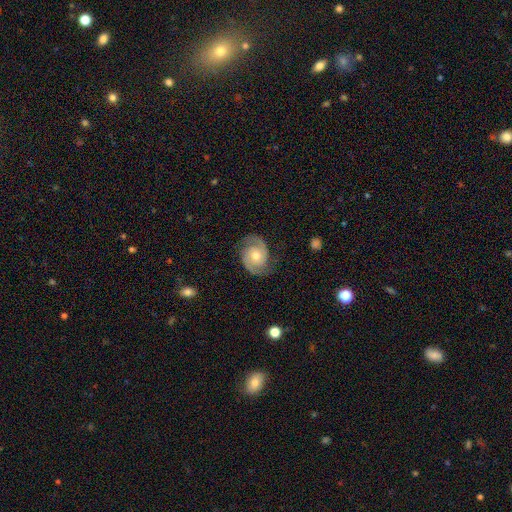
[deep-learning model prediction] This appears to be a featured or disk galaxy (89%) with no bar (70%), 2 (93%) medium (49%) spiral arms (98%) and a moderate central bulge (67%). Merging: none (82%).